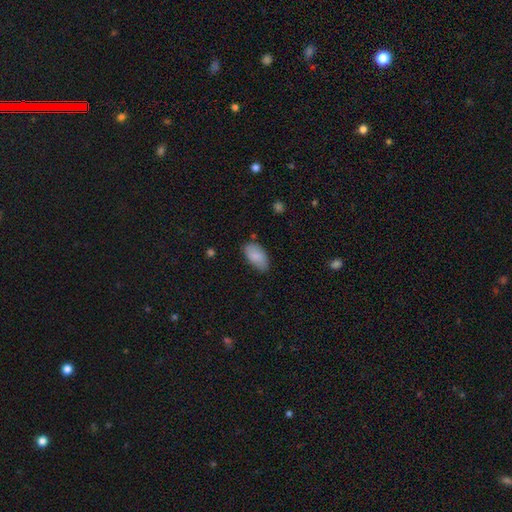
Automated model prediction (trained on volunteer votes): A smooth galaxy with no disk features (83%) that is in between round and cigar-shaped (94%).

Vote fractions:
- Smooth or featured? smooth: 83% / featured or disk: 10% / star or artifact: 6%
- How rounded? in between: 94% / round: 3% / cigar-shaped: 3%
- Merging? none: 74% / minor disturbance: 21% / major disturbance: 4% / merger: 2%